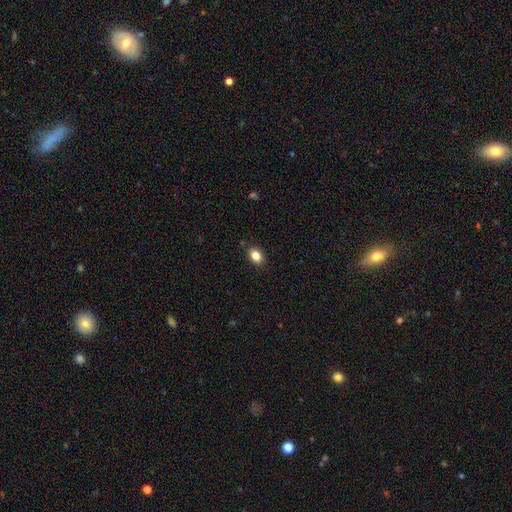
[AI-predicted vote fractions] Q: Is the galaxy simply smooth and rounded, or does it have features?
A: smooth — 85%.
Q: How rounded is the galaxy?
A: in between — 72%.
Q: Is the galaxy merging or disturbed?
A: none — 86%.